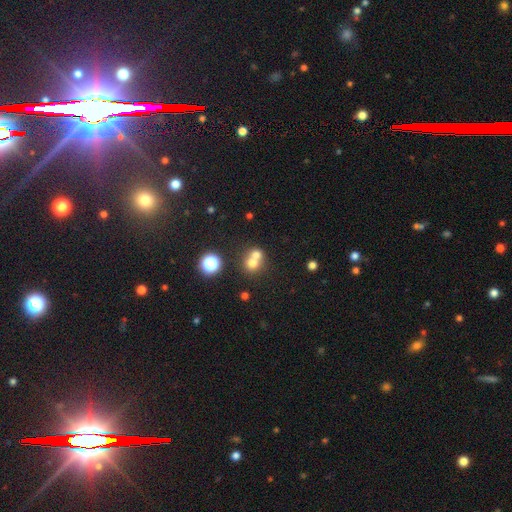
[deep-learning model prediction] Smooth or featured? Predicted: smooth (p=0.67). How rounded? Predicted: round (p=0.81). Merging? Predicted: merger (p=0.59).